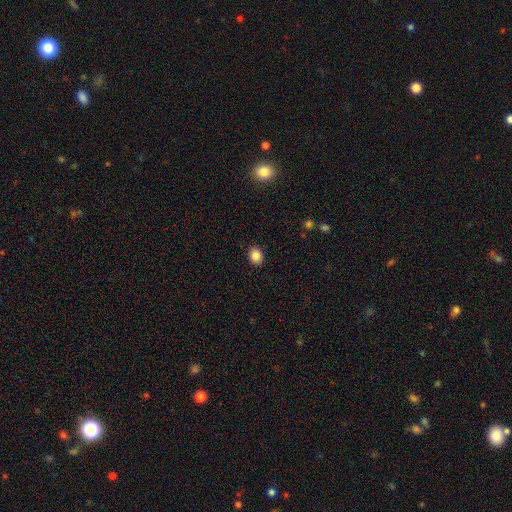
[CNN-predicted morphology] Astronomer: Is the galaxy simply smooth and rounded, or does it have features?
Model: smooth — 86%.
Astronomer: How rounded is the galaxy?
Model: in between — 51% (runner-up: round, 48%).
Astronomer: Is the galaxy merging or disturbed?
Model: none — 89%.